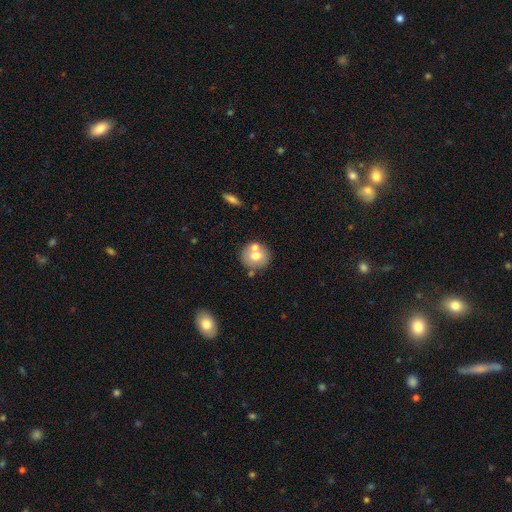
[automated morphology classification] Smooth or featured: smooth — 66% (featured or disk — 24%)
How rounded: round — 87% (in between — 12%)
Merging: none — 62% (merger — 25%)